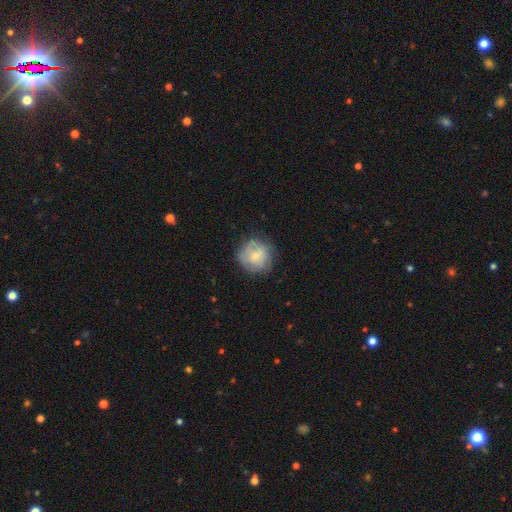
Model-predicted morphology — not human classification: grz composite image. It shows a smooth galaxy with no disk features (61%) that is round (91%). Merging: none (72%).